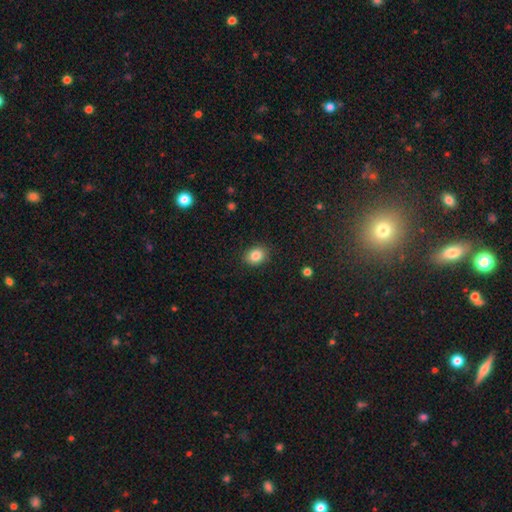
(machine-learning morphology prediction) Overall: smooth (85%). How rounded: round (51%; in between 48%). Merging: none (88%).